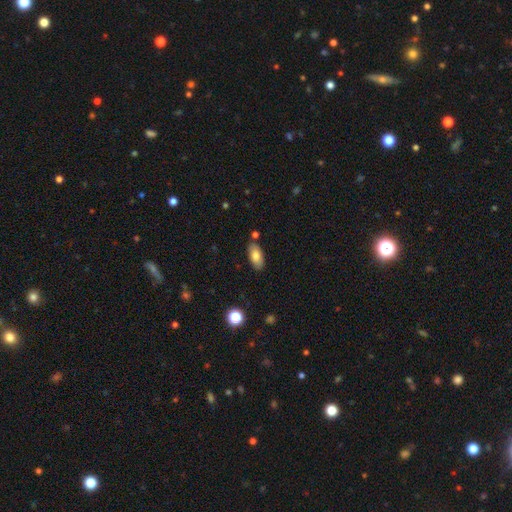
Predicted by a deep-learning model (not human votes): This appears to be a smooth galaxy with no disk features (78%) that is in between round and cigar-shaped (92%). Merging: none (82%).